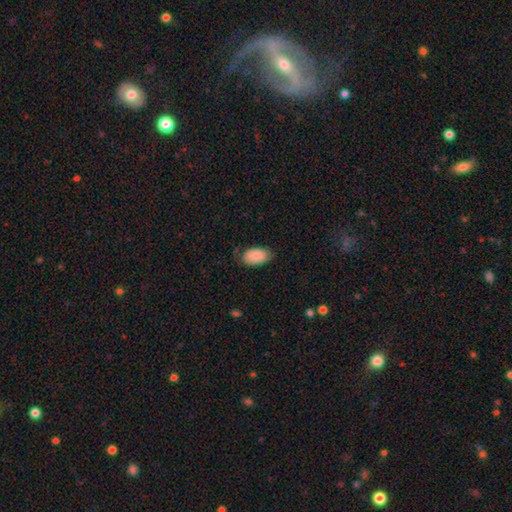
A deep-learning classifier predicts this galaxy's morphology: Smooth or featured?
  - smooth: 86% *
  - featured or disk: 8%
  - star or artifact: 6%
How rounded?
  - in between: 94% *
  - round: 4%
  - cigar-shaped: 1%
Merging?
  - none: 73% *
  - minor disturbance: 21%
  - major disturbance: 4%
  - merger: 1%